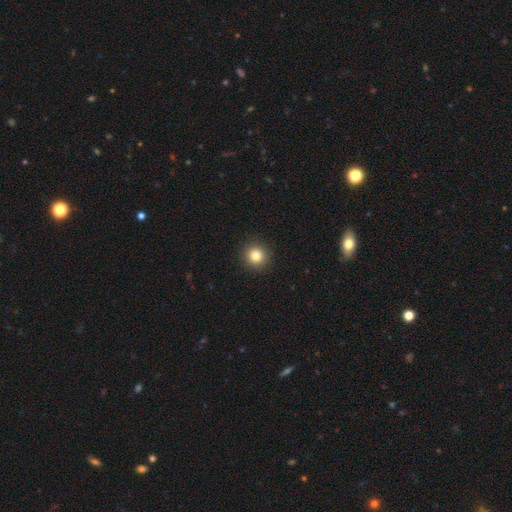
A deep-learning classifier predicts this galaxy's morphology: smooth_or_featured: smooth (p=0.83) [alt: star or artifact p=0.12]
how_rounded: round (p=0.94) [alt: in between p=0.05]
merging: none (p=0.93) [alt: minor disturbance p=0.05]